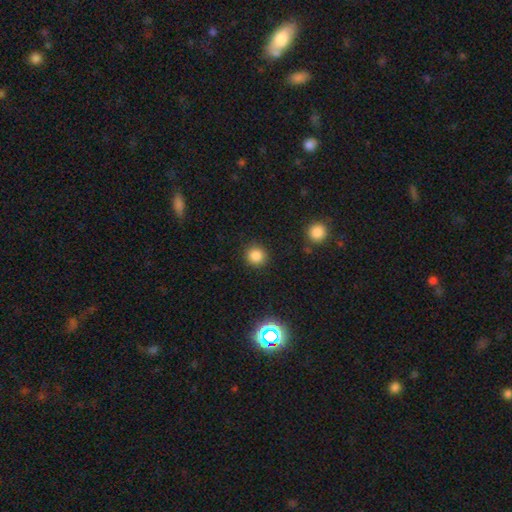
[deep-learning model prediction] Morphology: type=smooth (83%); roundness=round (92%); merging=none (89%).